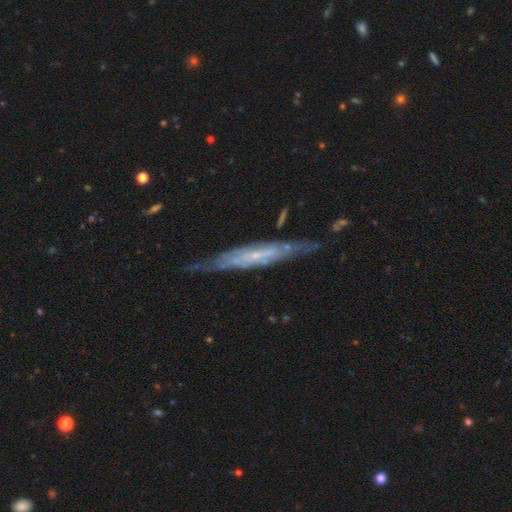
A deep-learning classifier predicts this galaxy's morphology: This is likely a featured or disk galaxy (74%). It is likely viewed edge-on (67%). Merging: likely none (70%).